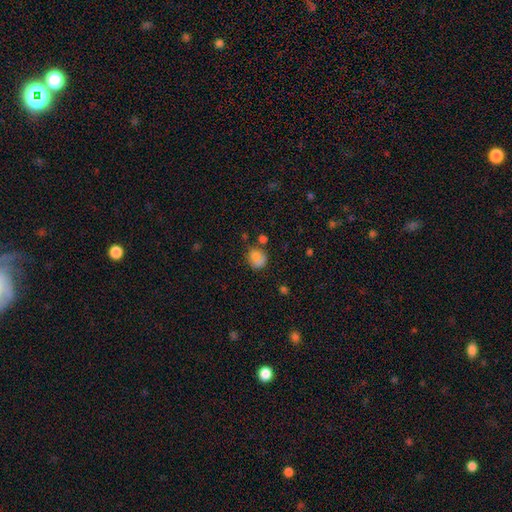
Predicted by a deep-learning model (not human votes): Overall: smooth (77%). How rounded: round (68%; in between 31%). Merging: none (53%; minor disturbance 23%).